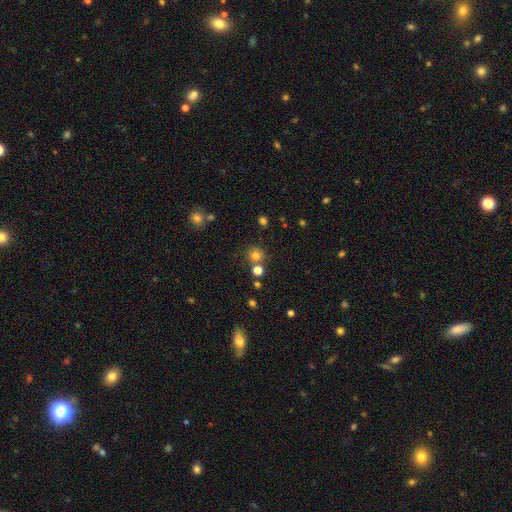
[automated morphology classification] The model was most divided on "smooth or featured": smooth: 75%, star or artifact: 18%, featured or disk: 7%. More confident: how rounded — round (92%); merging — none (75%).